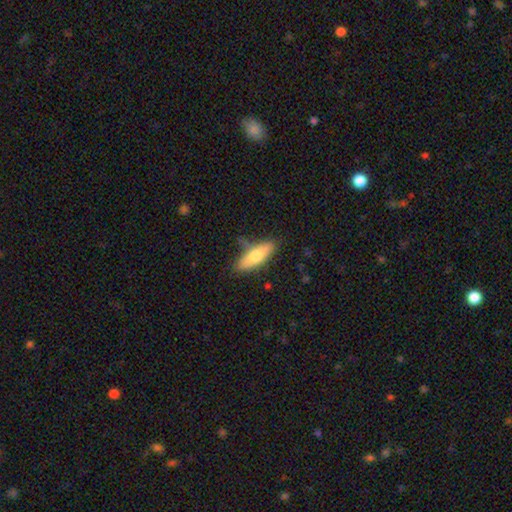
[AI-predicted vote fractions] A smooth galaxy with no disk features (67%) that is in between round and cigar-shaped (56%). Merging: none (75%).